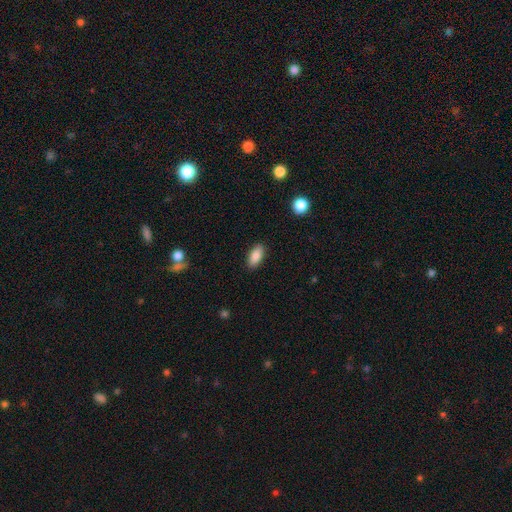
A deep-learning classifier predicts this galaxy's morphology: smooth-or-featured: smooth: 87% | star or artifact: 7% | featured or disk: 6%
  how-rounded: in between: 88% | cigar-shaped: 9% | round: 3%
  merging: none: 88% | minor disturbance: 9% | major disturbance: 2% | merger: 1%